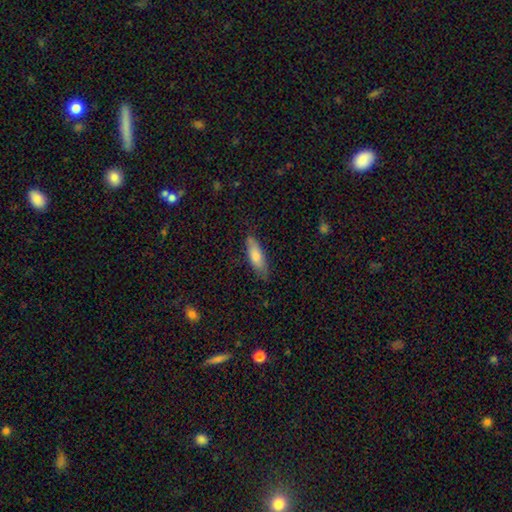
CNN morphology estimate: Smooth or featured? smooth (77%)
How rounded? in between (57%)
Merging? none (77%)